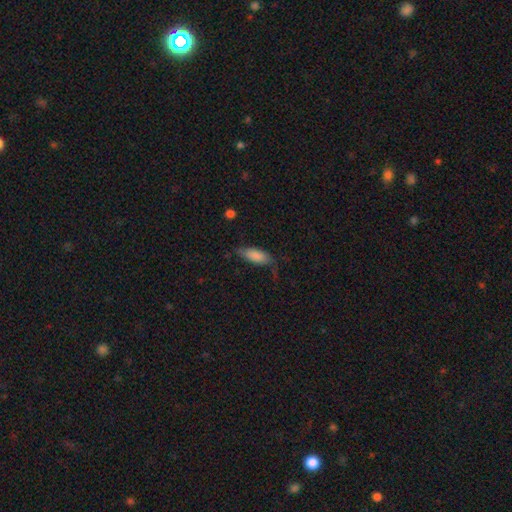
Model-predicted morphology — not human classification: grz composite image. It shows a smooth galaxy with no disk features (82%) that is in between round and cigar-shaped (74%). Merging: none (61%).